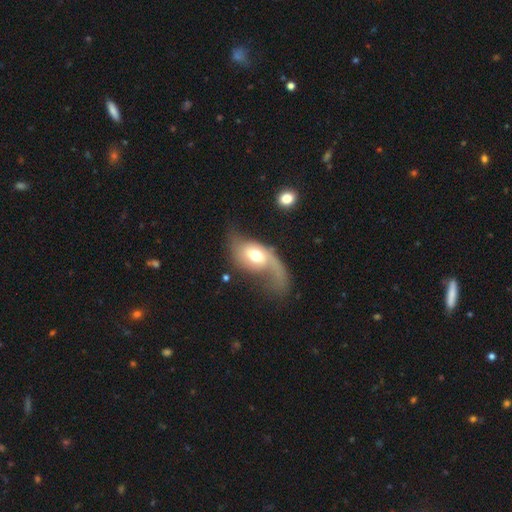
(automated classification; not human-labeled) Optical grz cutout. It shows a featured or disk galaxy (65%) with no bar (56%), 2 (48%) loose (73%) spiral arms (84%) and a moderate central bulge (67%). Merging: major disturbance (47%).